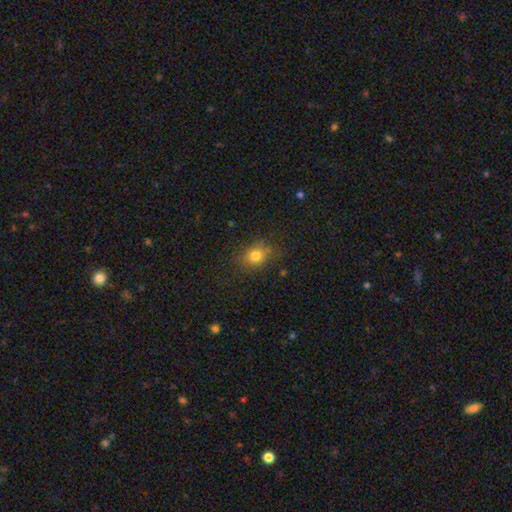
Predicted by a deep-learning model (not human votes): smooth 76%, star or artifact 15%, featured or disk 9%. Down the decision tree: how rounded — round (61%); merging — none (77%).